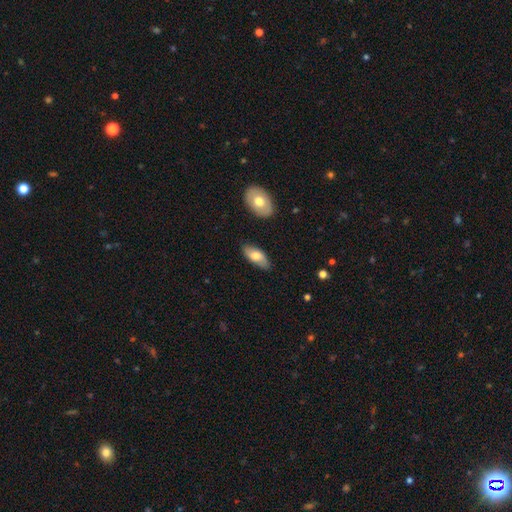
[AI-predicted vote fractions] A smooth galaxy with no disk features (69%) that is in between round and cigar-shaped (89%). Merging: none (81%).